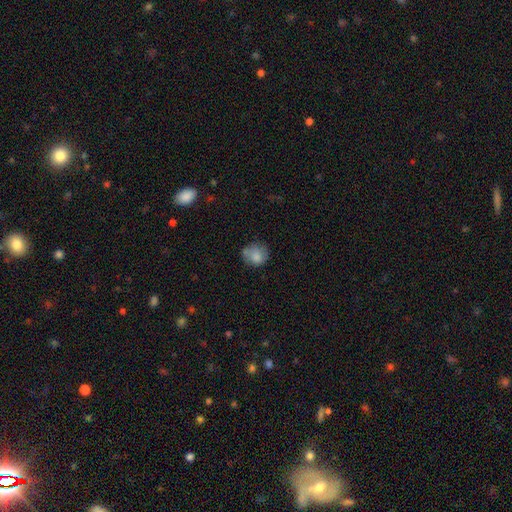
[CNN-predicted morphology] smooth-or-featured: smooth: 78% | featured or disk: 14% | star or artifact: 9%
  how-rounded: round: 77% | in between: 22% | cigar-shaped: 1%
  merging: none: 58% | minor disturbance: 25% | major disturbance: 9% | merger: 8%